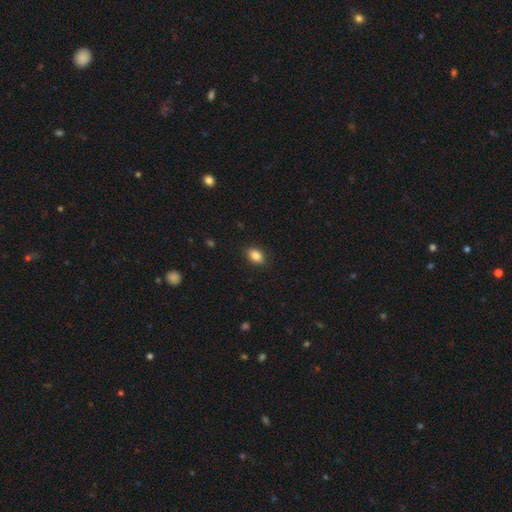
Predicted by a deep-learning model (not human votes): Smooth or featured? smooth (86%)
How rounded? in between (79%)
Merging? none (88%)